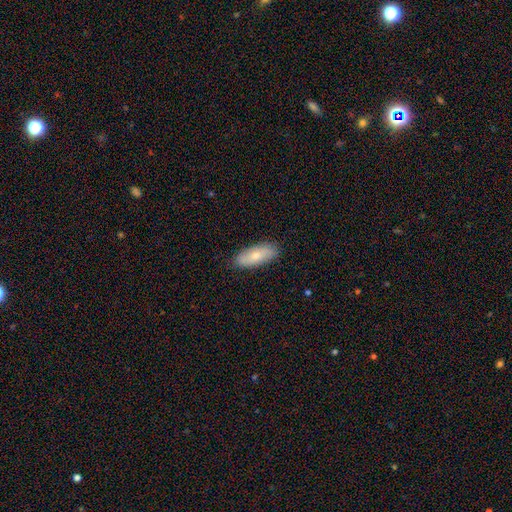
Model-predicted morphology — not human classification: Smooth or featured: smooth — 69% (featured or disk — 25%)
How rounded: in between — 77% (cigar-shaped — 21%)
Merging: none — 86% (minor disturbance — 11%)